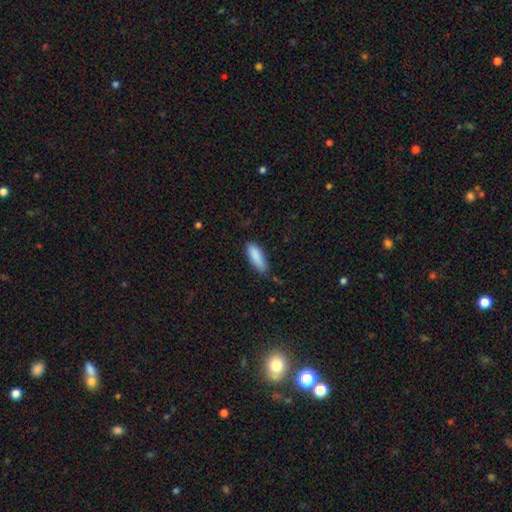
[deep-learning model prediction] Morphology: type=smooth (88%); roundness=in between (64%); merging=none (69%).